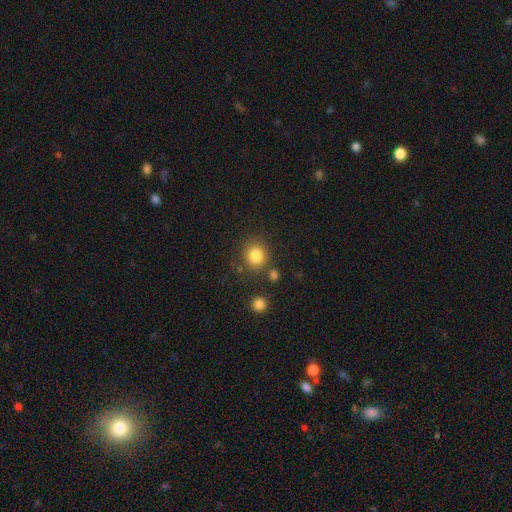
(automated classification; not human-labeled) Smooth or featured?
  - smooth: 84% *
  - star or artifact: 11%
  - featured or disk: 5%
How rounded?
  - round: 85% *
  - in between: 14%
  - cigar-shaped: 1%
Merging?
  - none: 79% *
  - minor disturbance: 9%
  - merger: 8%
  - major disturbance: 4%